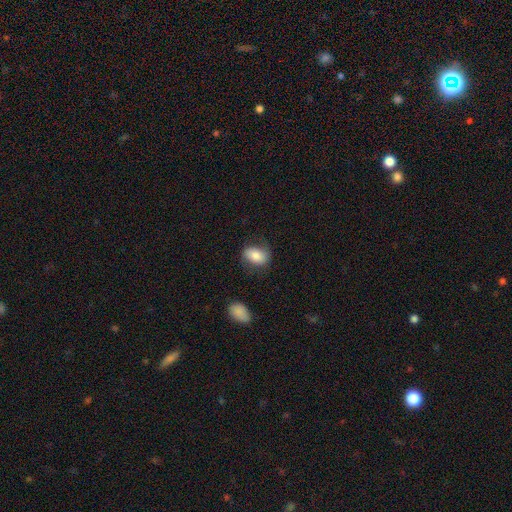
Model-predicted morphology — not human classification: Overall: smooth (79%). How rounded: in between (79%). Merging: none (71%).